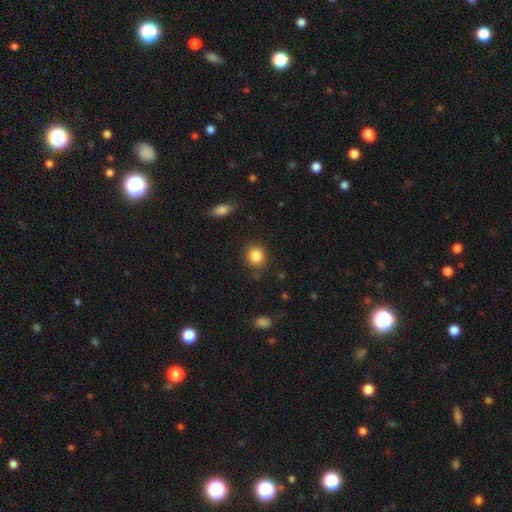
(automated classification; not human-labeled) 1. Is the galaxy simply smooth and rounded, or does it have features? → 85% smooth, 9% star or artifact, 5% featured or disk.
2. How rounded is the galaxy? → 77% round, 22% in between, 1% cigar-shaped.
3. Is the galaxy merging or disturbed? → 86% none, 9% minor disturbance, 3% major disturbance, 2% merger.